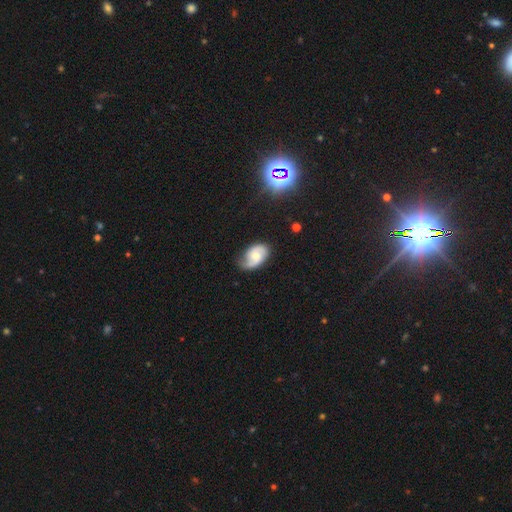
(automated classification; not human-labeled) A featured or disk galaxy (69%) with no bar (59%), 2 (74%) medium (44%) spiral arms (92%) and a moderate central bulge (53%).

Vote fractions:
- Smooth or featured? featured or disk: 69% / smooth: 24% / star or artifact: 7%
- Edge-on disk? no: 97% / yes: 3%
- Bar? no: 59% / weak: 35% / strong: 6%
- Spiral arms? yes: 92% / no: 8%
- Spiral winding? medium: 44% / loose: 29% / tight: 28%
- Spiral arm count? 2: 74% / 1: 13% / can't tell: 9% / 3: 2% / 4: 1% / more than 4: 1%
- Bulge size? moderate: 53% / small: 38% / large: 4% / none: 4% / dominant: 1%
- Merging? none: 63% / minor disturbance: 27% / major disturbance: 9% / merger: 2%